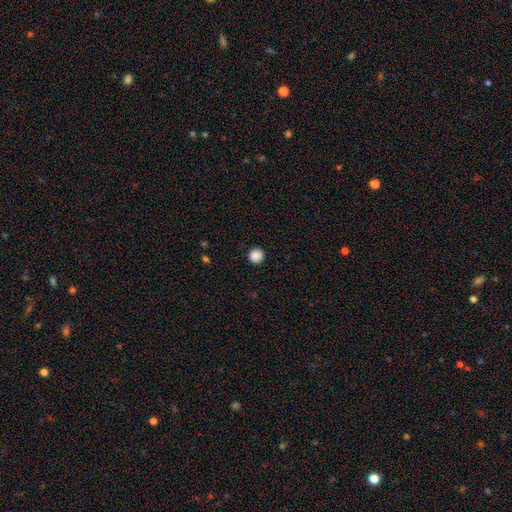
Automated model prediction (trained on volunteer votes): Overall: smooth (89%). How rounded: round (93%). Merging: none (92%).